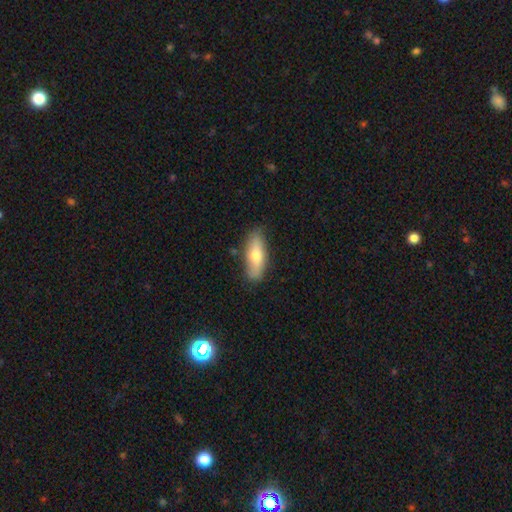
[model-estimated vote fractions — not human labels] The model was most divided on "how rounded": in between: 60%, cigar-shaped: 37%, round: 3%. More confident: merging — none (83%); smooth or featured — smooth (65%).